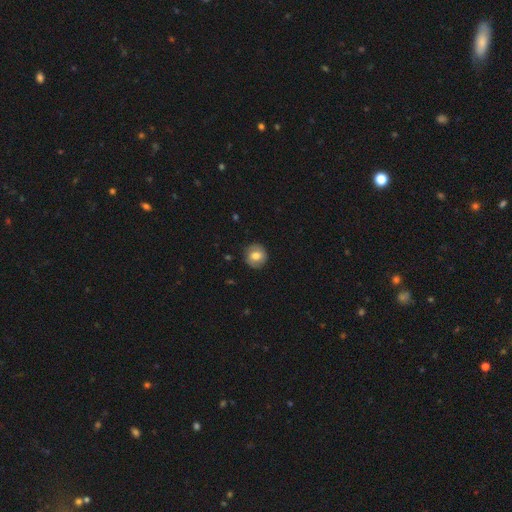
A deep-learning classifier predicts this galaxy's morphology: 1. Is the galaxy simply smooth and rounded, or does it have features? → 66% smooth, 26% featured or disk, 8% star or artifact.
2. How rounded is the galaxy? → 87% round, 12% in between, 1% cigar-shaped.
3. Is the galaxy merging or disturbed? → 85% none, 11% minor disturbance, 3% major disturbance, 1% merger.